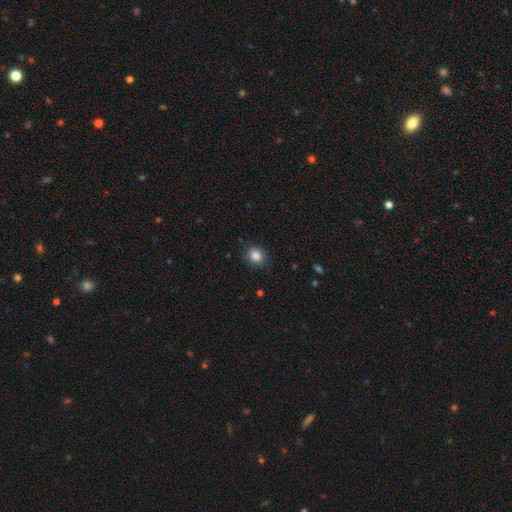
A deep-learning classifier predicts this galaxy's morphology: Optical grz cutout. It shows a smooth galaxy with no disk features (84%) that is round (66%). Merging: none (85%).